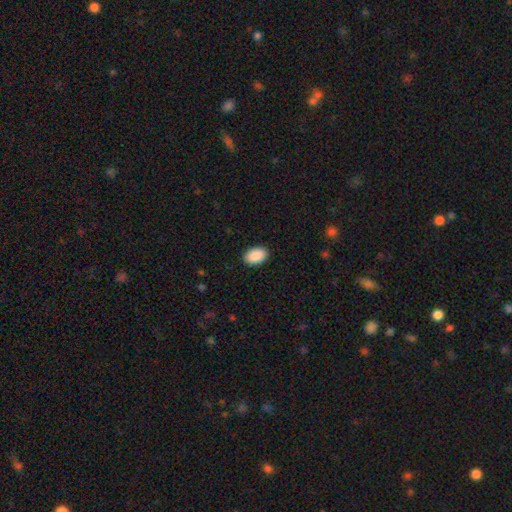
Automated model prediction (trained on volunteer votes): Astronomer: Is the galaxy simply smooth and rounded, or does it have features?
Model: smooth — 91%.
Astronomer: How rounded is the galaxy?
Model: in between — 91%.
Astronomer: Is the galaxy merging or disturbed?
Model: none — 90%.